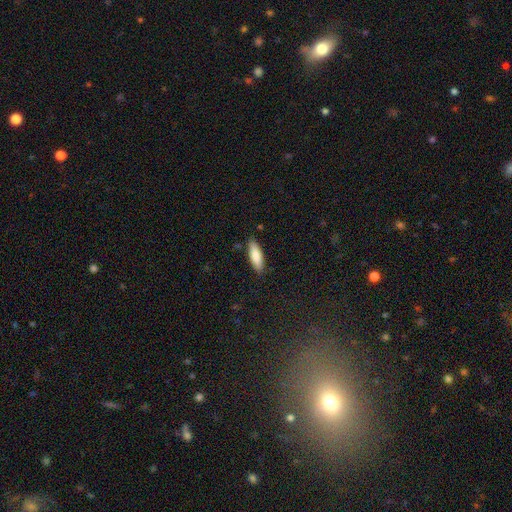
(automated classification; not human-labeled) Overall: smooth (83%). How rounded: in between (55%; cigar-shaped 44%). Merging: none (85%).